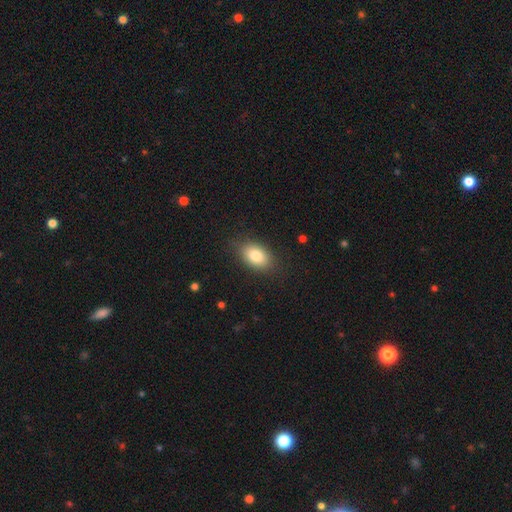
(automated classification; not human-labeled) A smooth galaxy with no disk features (82%) that is in between round and cigar-shaped (87%).

Vote fractions:
- Smooth or featured? smooth: 82% / featured or disk: 10% / star or artifact: 8%
- How rounded? in between: 87% / round: 11% / cigar-shaped: 2%
- Merging? none: 84% / minor disturbance: 12% / major disturbance: 3% / merger: 1%